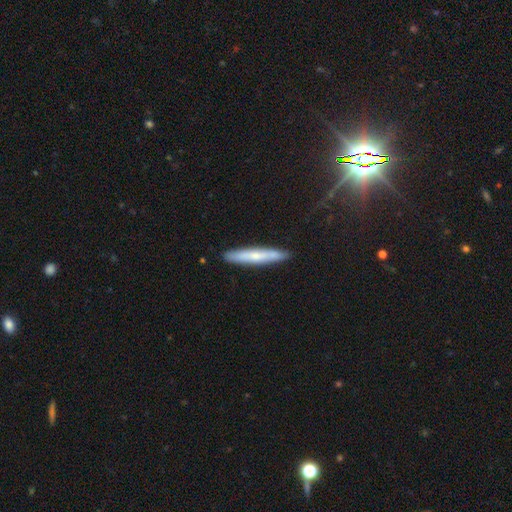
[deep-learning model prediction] Morphology: type=smooth (58%); roundness=cigar-shaped (94%); merging=none (90%).